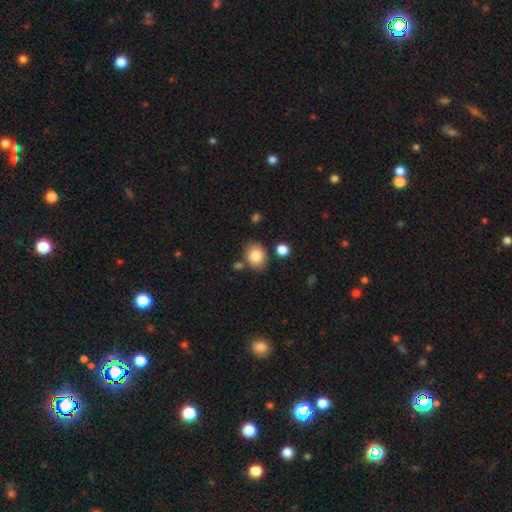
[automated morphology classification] Q: Smooth or featured?
A: smooth (84%); runner-up: star or artifact (9%)
Q: How rounded?
A: in between (50%); runner-up: round (49%)
Q: Merging?
A: none (76%); runner-up: minor disturbance (13%)